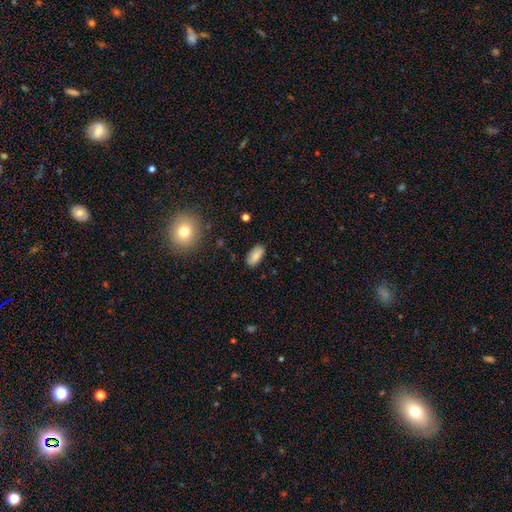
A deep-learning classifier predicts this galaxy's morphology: Smooth or featured? Predicted: smooth (p=0.85). How rounded? Predicted: in between (p=0.92). Merging? Predicted: none (p=0.81).